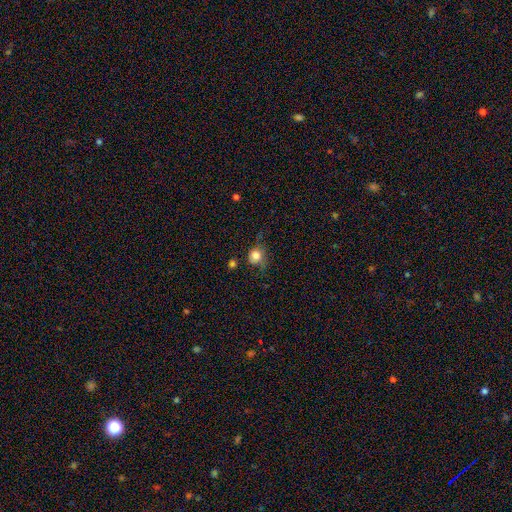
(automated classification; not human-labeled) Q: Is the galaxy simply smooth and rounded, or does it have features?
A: smooth — 76%.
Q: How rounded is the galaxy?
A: round — 78%.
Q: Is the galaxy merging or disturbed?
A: none — 51%.